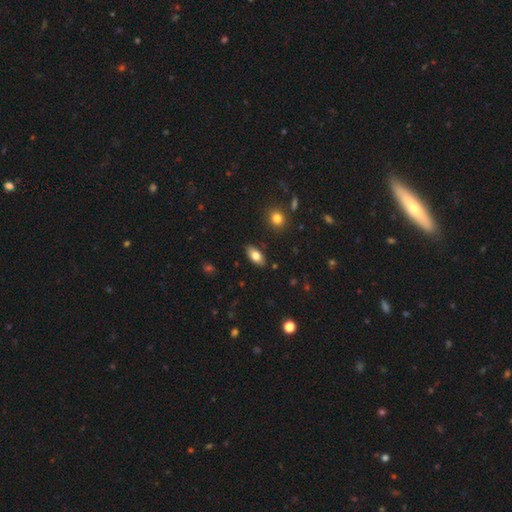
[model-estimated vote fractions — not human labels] Smooth or featured? smooth (79%)
How rounded? in between (89%)
Merging? none (87%)